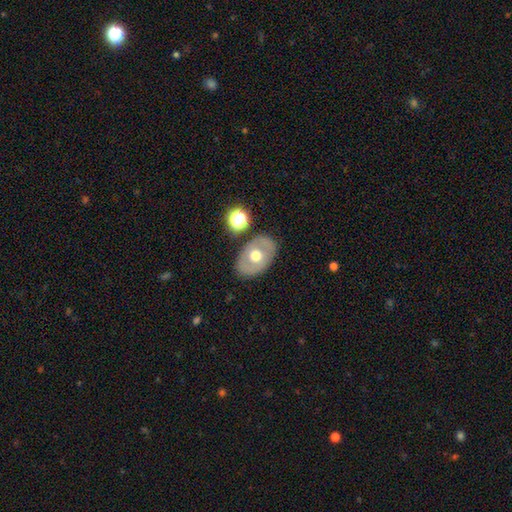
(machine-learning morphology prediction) A smooth galaxy with no disk features (49%). Merging: none (81%).